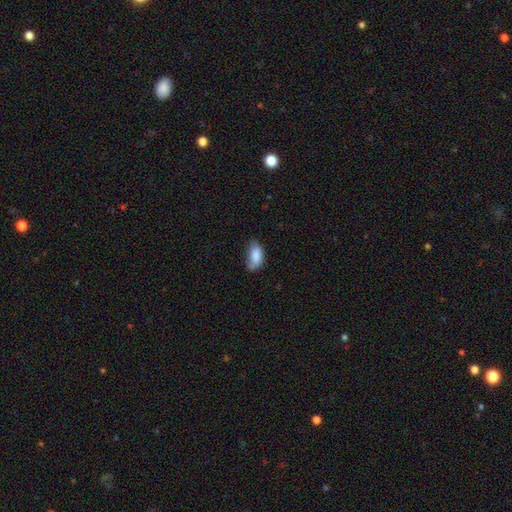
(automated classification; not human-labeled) Overall: smooth (84%). How rounded: in between (93%). Merging: none (53%; minor disturbance 35%).